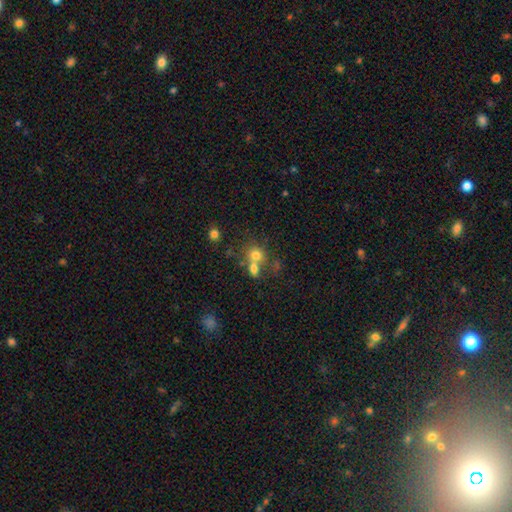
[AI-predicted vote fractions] Smooth or featured?
  - smooth: 71% *
  - featured or disk: 15%
  - star or artifact: 14%
How rounded?
  - round: 69% *
  - in between: 30%
  - cigar-shaped: 1%
Merging?
  - merger: 50% *
  - none: 36%
  - minor disturbance: 9%
  - major disturbance: 5%